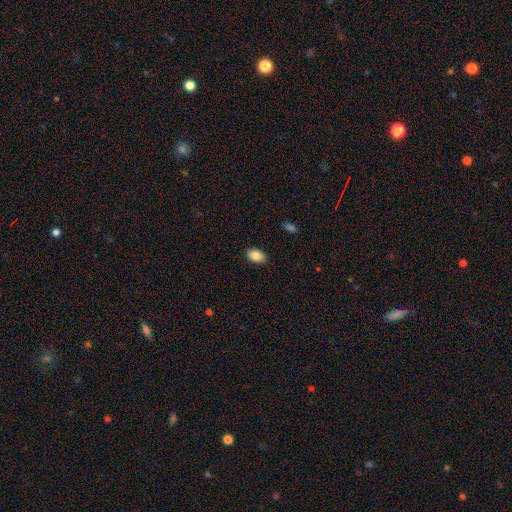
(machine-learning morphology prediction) Q: Smooth or featured?
A: smooth (86%); runner-up: star or artifact (8%)
Q: How rounded?
A: in between (89%); runner-up: round (9%)
Q: Merging?
A: none (88%); runner-up: minor disturbance (9%)